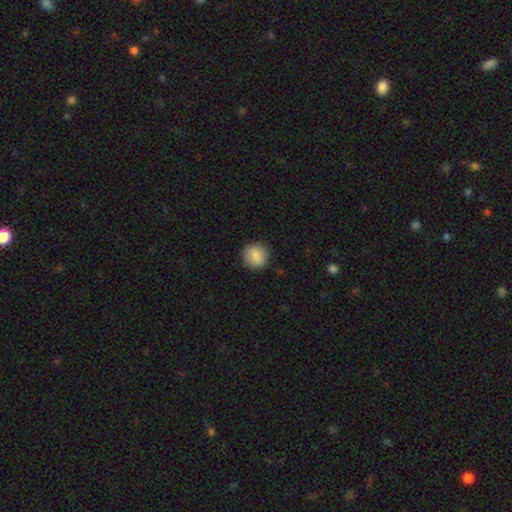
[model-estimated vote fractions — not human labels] This is clearly a smooth galaxy (86%). How rounded: clearly round (92%). Merging: clearly none (89%).